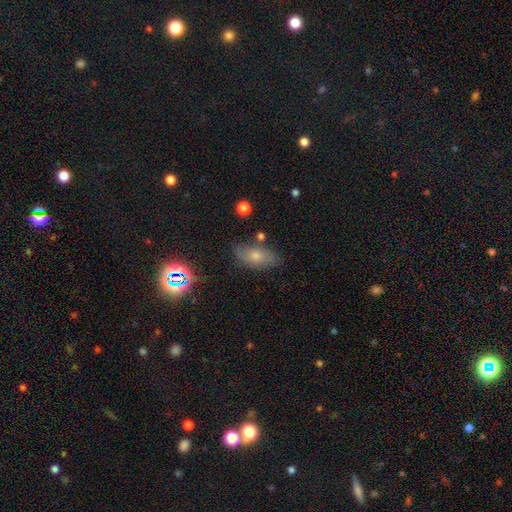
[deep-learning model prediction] Morphology: type=smooth (68%); roundness=in between (87%); merging=none (71%).